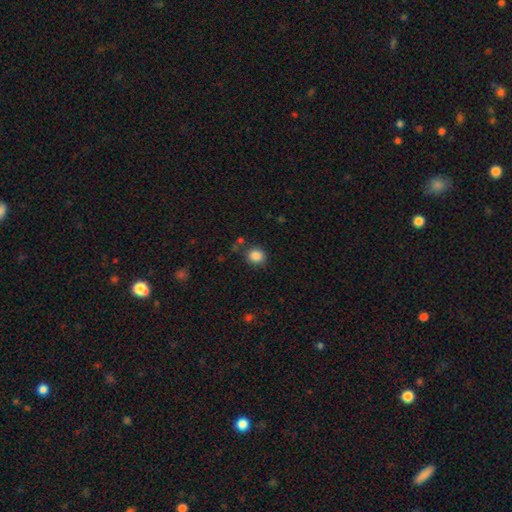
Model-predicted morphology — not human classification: smooth 86%, star or artifact 10%, featured or disk 4%. Down the decision tree: how rounded — round (81%); merging — none (79%).